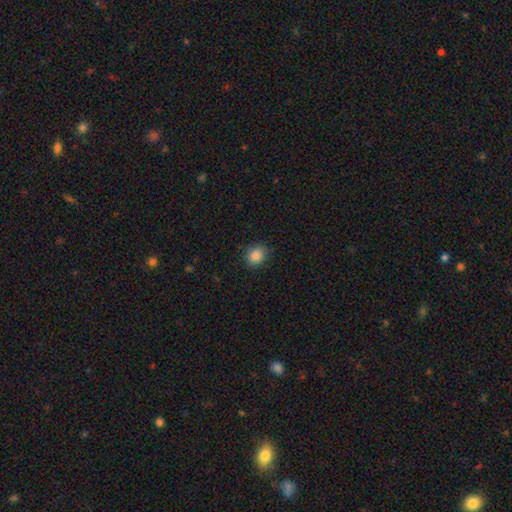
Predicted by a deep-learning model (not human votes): Smooth or featured? Predicted: smooth (p=0.86). How rounded? Predicted: round (p=0.71). Merging? Predicted: none (p=0.83).